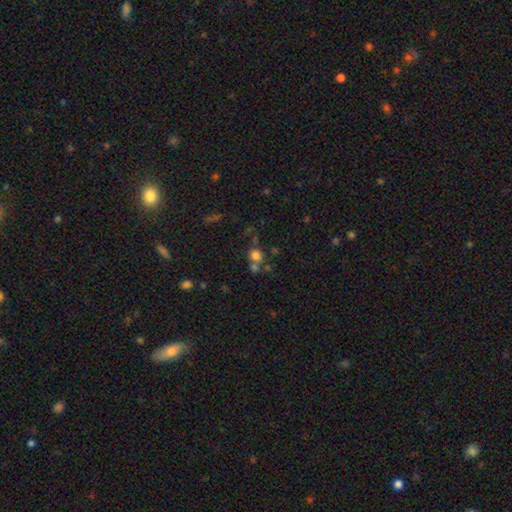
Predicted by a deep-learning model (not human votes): Smooth or featured? Predicted: smooth (p=0.73). How rounded? Predicted: round (p=0.83). Merging? Predicted: none (p=0.54).